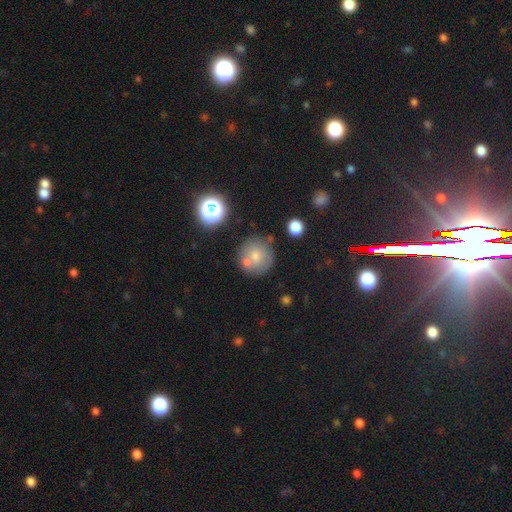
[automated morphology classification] This is likely a smooth galaxy (67%). How rounded: clearly round (92%). Merging: likely none (64%).